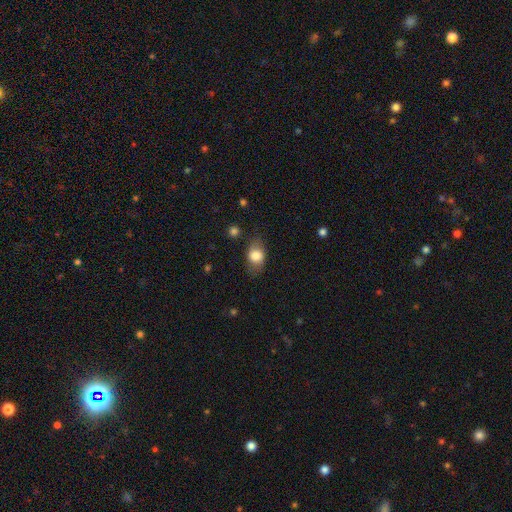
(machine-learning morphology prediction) smooth_or_featured: smooth (p=0.76) [alt: featured or disk p=0.17]
how_rounded: in between (p=0.75) [alt: round p=0.23]
merging: none (p=0.74) [alt: minor disturbance p=0.18]